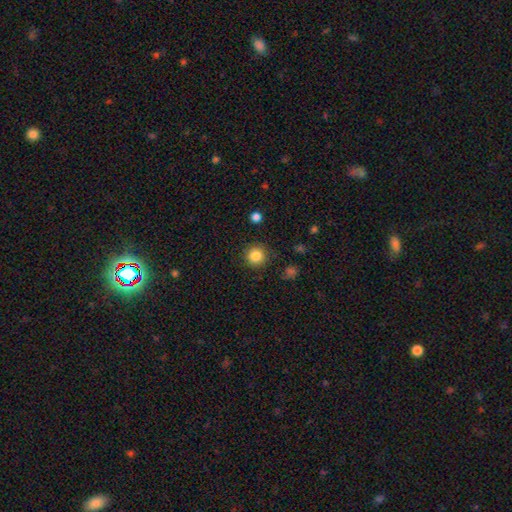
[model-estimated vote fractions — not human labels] Smooth or featured? smooth (85%)
How rounded? round (95%)
Merging? none (90%)